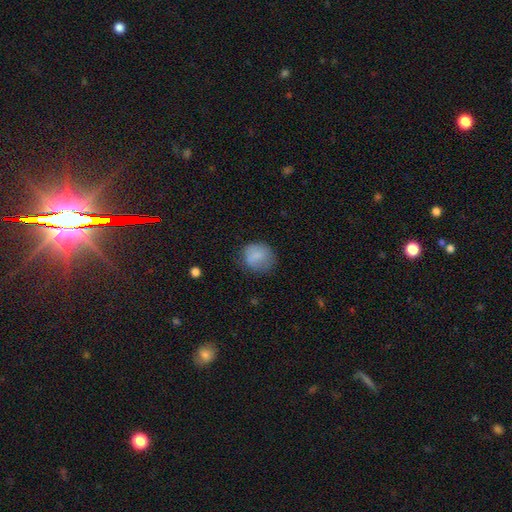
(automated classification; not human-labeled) The model was most divided on "merging": none: 66%, minor disturbance: 23%, major disturbance: 9%, merger: 1%. More confident: smooth or featured — smooth (82%); how rounded — round (76%).